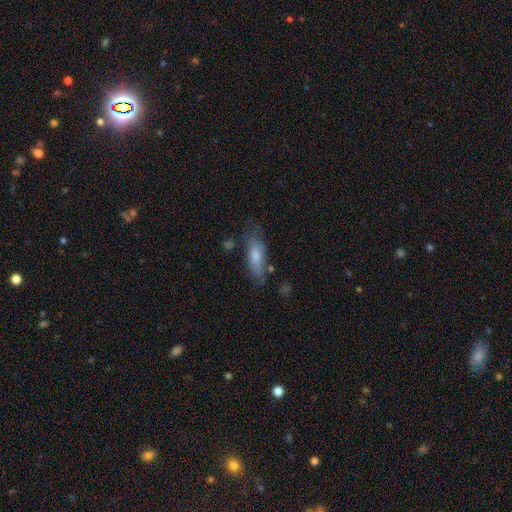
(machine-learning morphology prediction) Overall: smooth (69%). How rounded: in between (57%; cigar-shaped 41%). Merging: none (58%; minor disturbance 26%).